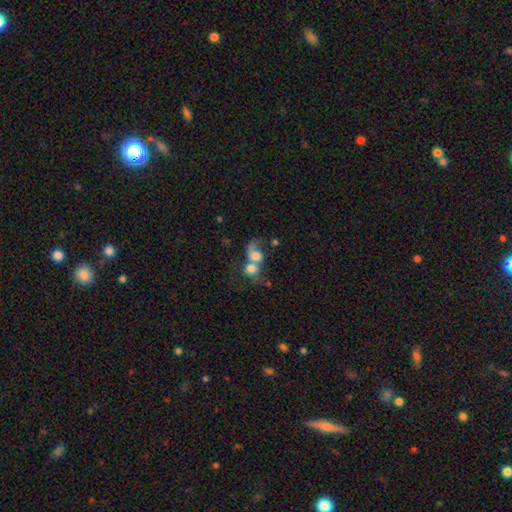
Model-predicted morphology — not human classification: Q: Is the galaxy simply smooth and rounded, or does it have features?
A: smooth — 59%.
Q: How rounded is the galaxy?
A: round — 59%.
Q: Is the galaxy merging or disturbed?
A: merger — 73%.